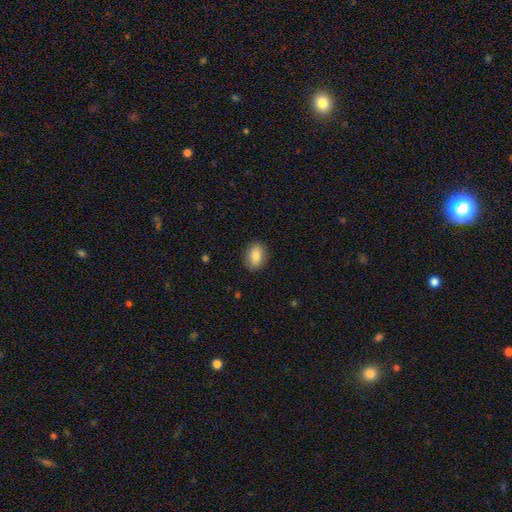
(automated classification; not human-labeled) Overall: smooth (84%). How rounded: in between (83%). Merging: none (86%).